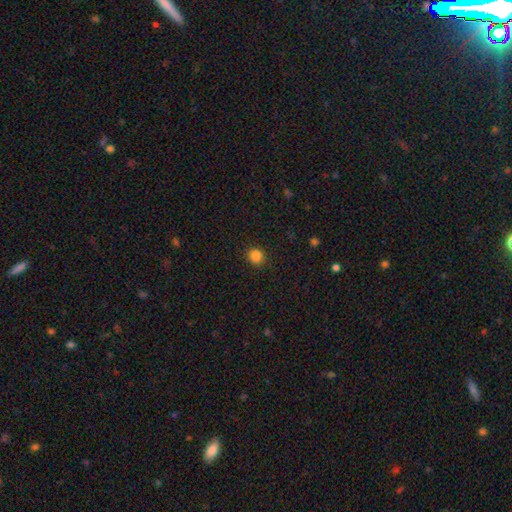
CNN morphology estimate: Overall: smooth (85%). How rounded: round (90%). Merging: none (90%).